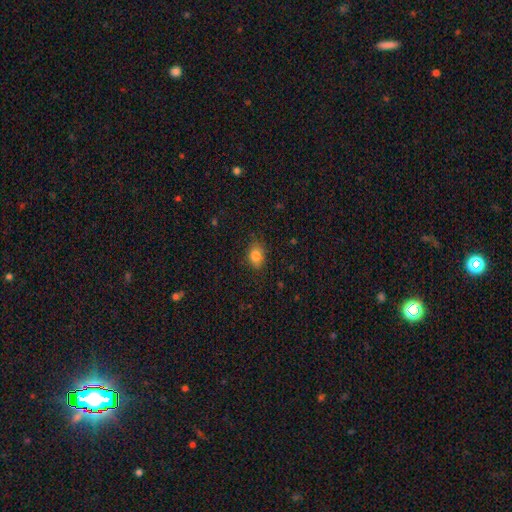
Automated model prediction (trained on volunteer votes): Q: Smooth or featured?
A: smooth (83%); runner-up: star or artifact (10%)
Q: How rounded?
A: in between (72%); runner-up: round (26%)
Q: Merging?
A: none (81%); runner-up: minor disturbance (15%)